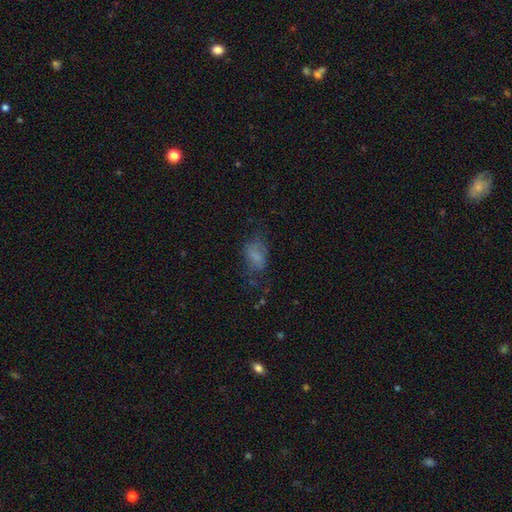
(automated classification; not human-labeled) This appears to be a smooth galaxy with no disk features (64%) that is in between round and cigar-shaped (86%). Merging: none (45%).